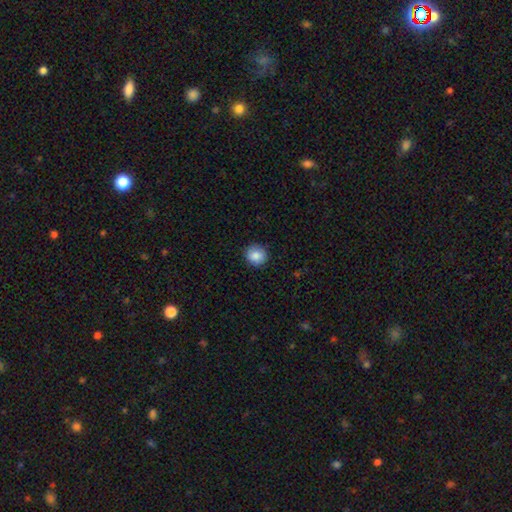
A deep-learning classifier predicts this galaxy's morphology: Smooth or featured? Predicted: smooth (p=0.86). How rounded? Predicted: round (p=0.87). Merging? Predicted: none (p=0.88).